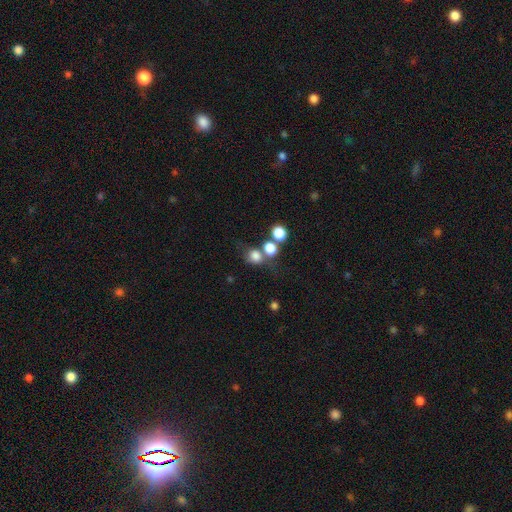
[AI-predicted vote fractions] Smooth or featured?
  - smooth: 76% *
  - star or artifact: 14%
  - featured or disk: 9%
How rounded?
  - round: 69% *
  - in between: 30%
  - cigar-shaped: 1%
Merging?
  - none: 47% *
  - merger: 32%
  - minor disturbance: 13%
  - major disturbance: 8%